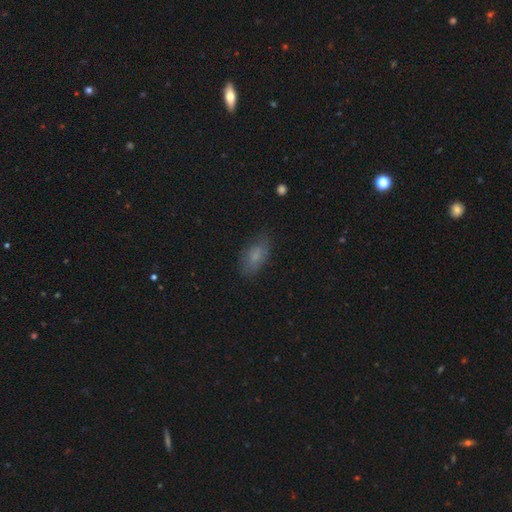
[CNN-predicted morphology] smooth 75%, featured or disk 14%, star or artifact 10%. Down the decision tree: how rounded — in between (89%); merging — none (74%).